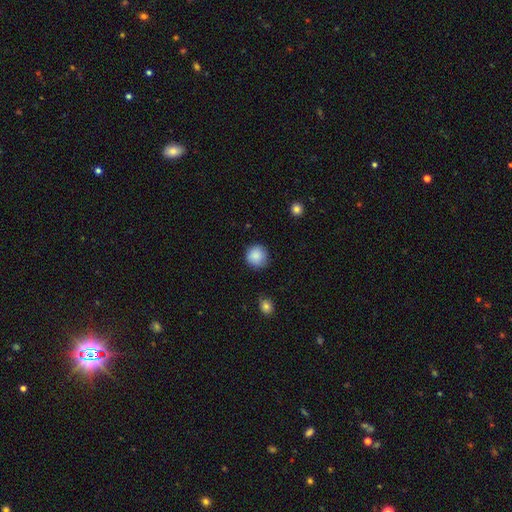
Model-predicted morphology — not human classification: smooth-or-featured: smooth: 88% | star or artifact: 8% | featured or disk: 4%
  how-rounded: round: 94% | in between: 5% | cigar-shaped: 1%
  merging: none: 87% | minor disturbance: 9% | major disturbance: 2% | merger: 1%